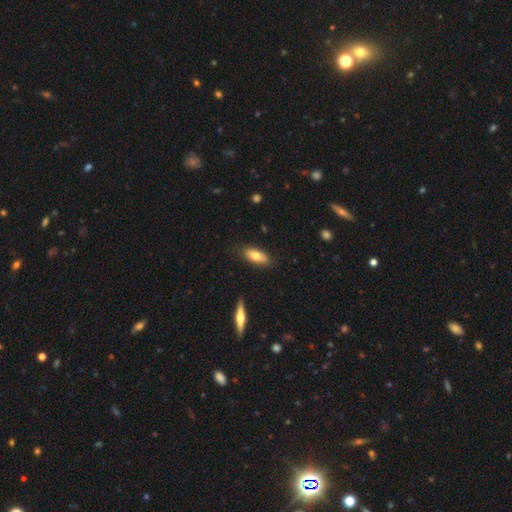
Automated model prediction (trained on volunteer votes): Overall: smooth (74%). How rounded: in between (75%). Merging: none (83%).